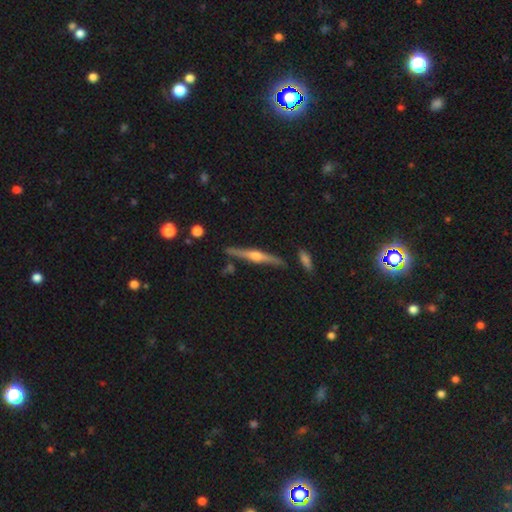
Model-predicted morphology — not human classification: Overall: featured or disk (80%). Edge-on disk: yes (98%). Edge-on bulge: rounded (91%). Merging: none (86%).